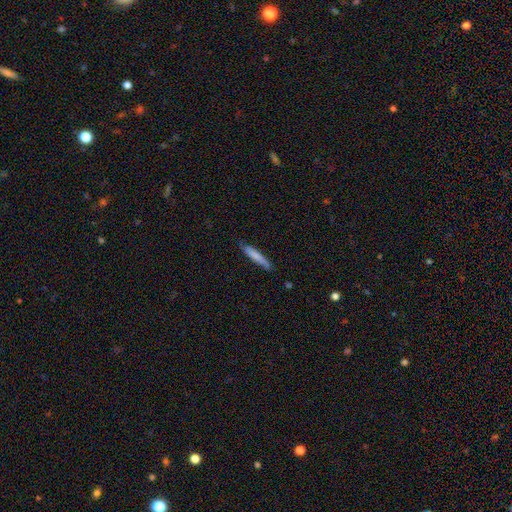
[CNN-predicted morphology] type=smooth (74%); roundness=cigar-shaped (92%); merging=none (78%).